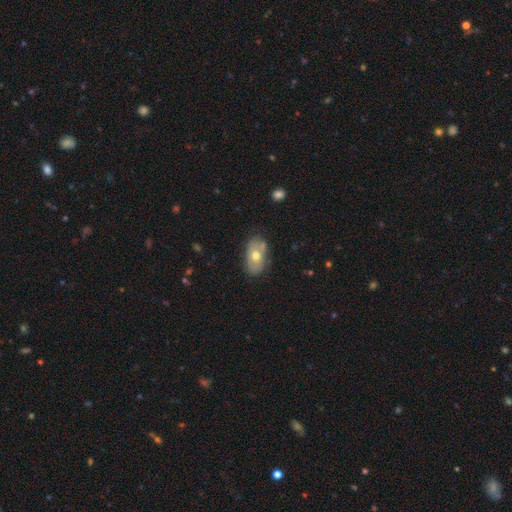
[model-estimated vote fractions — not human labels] smooth_or_featured: smooth (p=0.57) [alt: featured or disk p=0.36]
how_rounded: in between (p=0.89) [alt: round p=0.09]
merging: none (p=0.72) [alt: minor disturbance p=0.18]